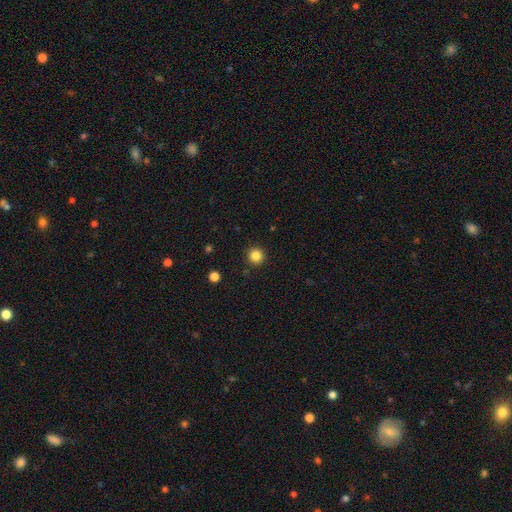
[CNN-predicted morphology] This is clearly a smooth galaxy (85%). How rounded: clearly round (95%). Merging: clearly none (92%).